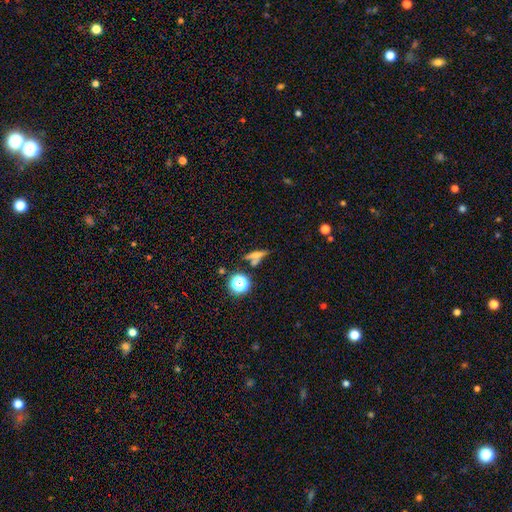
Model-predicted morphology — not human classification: This is possibly a smooth galaxy (50%). Merging: possibly none (59%).